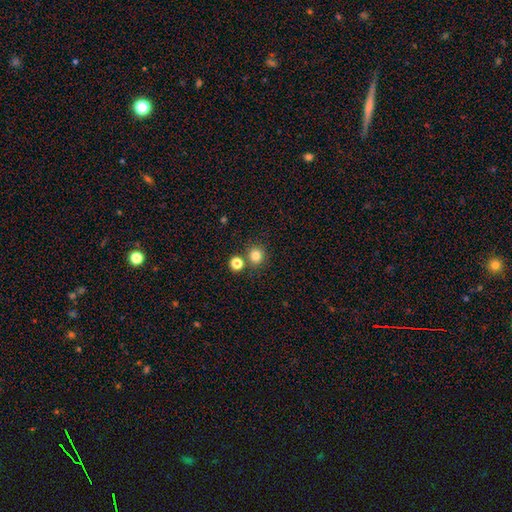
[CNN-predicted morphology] type=smooth (81%); roundness=round (90%); merging=none (79%).